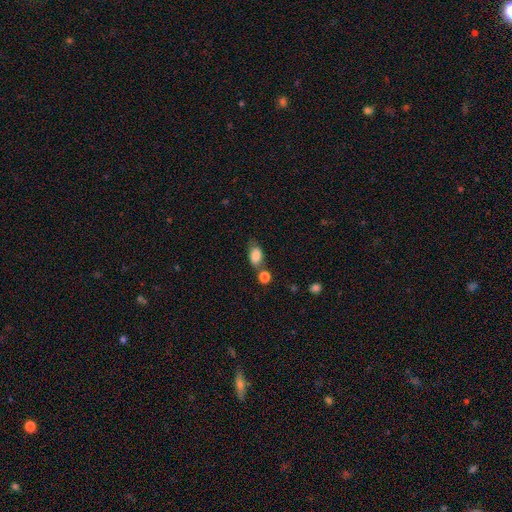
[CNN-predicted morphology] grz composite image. It shows a smooth galaxy with no disk features (84%) that is in between round and cigar-shaped (84%). Merging: none (53%).